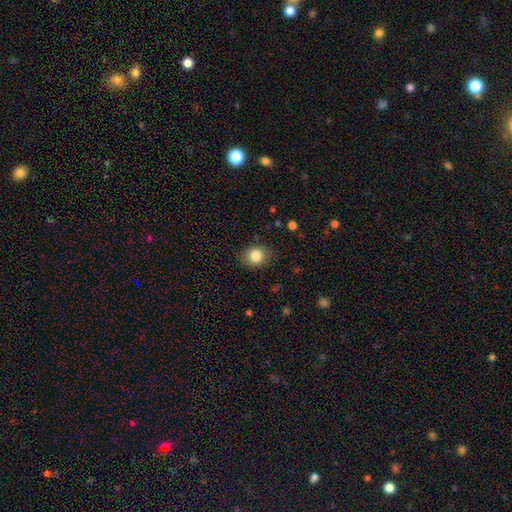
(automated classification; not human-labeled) Morphology: type=smooth (84%); roundness=round (63%); merging=none (82%).